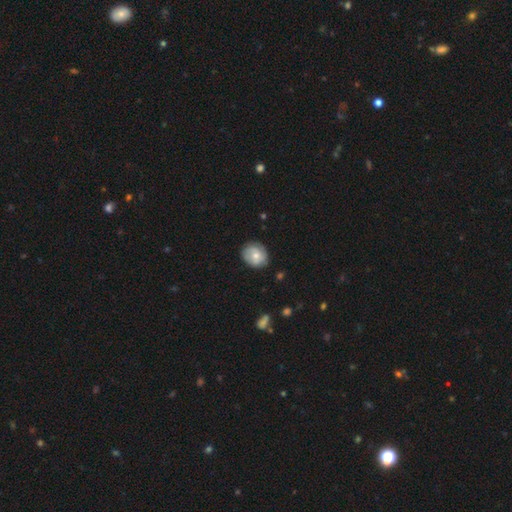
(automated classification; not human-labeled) This appears to be a smooth galaxy with no disk features (63%) that is round (72%). Merging: none (79%).